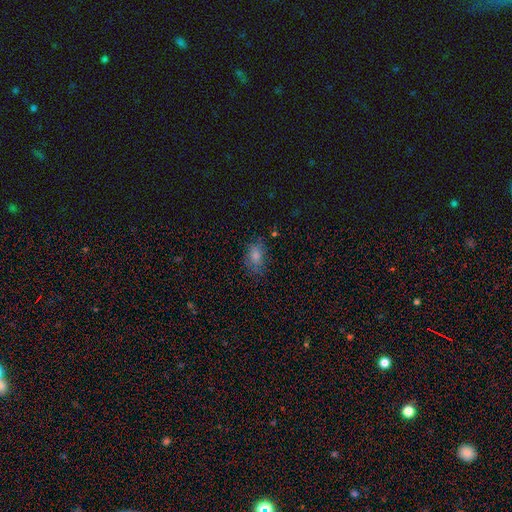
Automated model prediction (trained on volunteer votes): Morphology: type=smooth (77%); roundness=in between (76%); merging=none (70%).